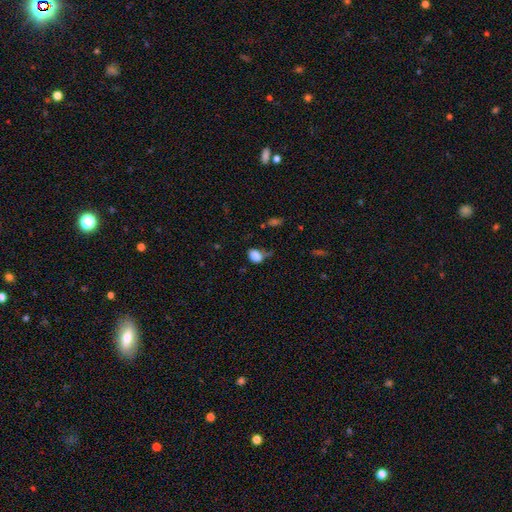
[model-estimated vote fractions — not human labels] smooth 83%, star or artifact 10%, featured or disk 7%. Down the decision tree: how rounded — in between (76%); merging — none (41%).